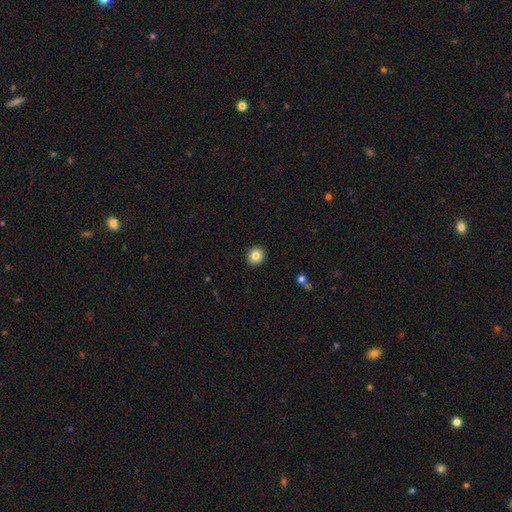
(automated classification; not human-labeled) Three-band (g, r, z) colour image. It shows a smooth galaxy with no disk features (83%) that is round (84%). Merging: none (92%).